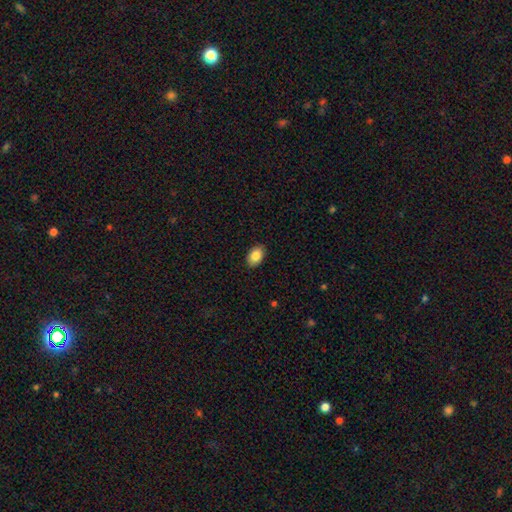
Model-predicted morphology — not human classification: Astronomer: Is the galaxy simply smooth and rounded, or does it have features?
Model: smooth — 85%.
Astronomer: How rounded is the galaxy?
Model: in between — 86%.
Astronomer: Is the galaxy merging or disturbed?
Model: none — 89%.